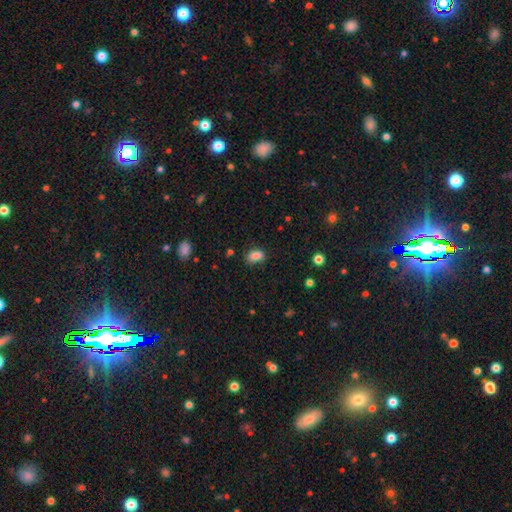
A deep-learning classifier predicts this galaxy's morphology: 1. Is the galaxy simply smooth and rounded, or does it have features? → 84% smooth, 11% star or artifact, 6% featured or disk.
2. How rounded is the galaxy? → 80% in between, 18% round, 2% cigar-shaped.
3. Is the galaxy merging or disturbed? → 72% none, 20% minor disturbance, 4% major disturbance, 4% merger.